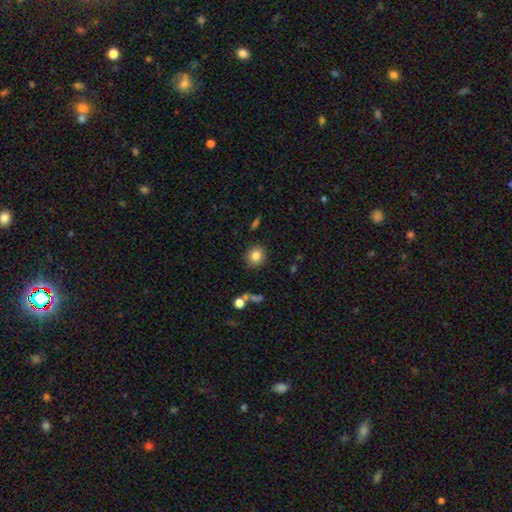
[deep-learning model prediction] Smooth or featured: smooth — 83% (star or artifact — 10%)
How rounded: round — 80% (in between — 19%)
Merging: none — 86% (minor disturbance — 8%)